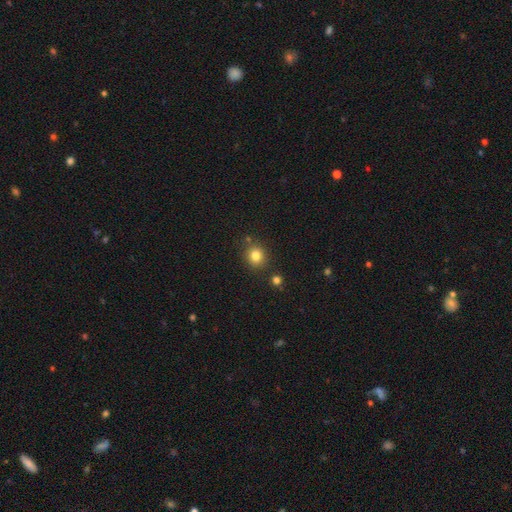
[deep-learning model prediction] smooth_or_featured: smooth (p=0.82) [alt: star or artifact p=0.12]
how_rounded: round (p=0.83) [alt: in between p=0.16]
merging: none (p=0.81) [alt: minor disturbance p=0.10]